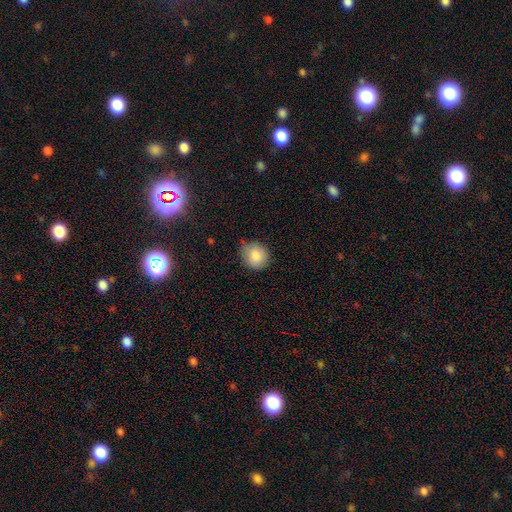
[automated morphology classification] Q: Smooth or featured?
A: smooth (85%); runner-up: star or artifact (8%)
Q: How rounded?
A: round (80%); runner-up: in between (19%)
Q: Merging?
A: none (72%); runner-up: minor disturbance (22%)